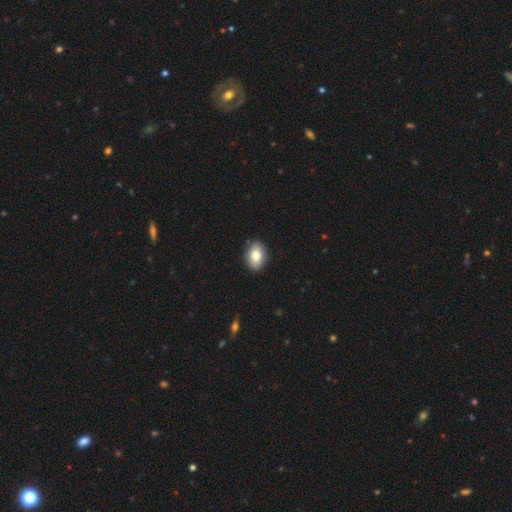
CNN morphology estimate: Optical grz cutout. It shows a smooth galaxy with no disk features (82%) that is in between round and cigar-shaped (86%). Merging: none (90%).